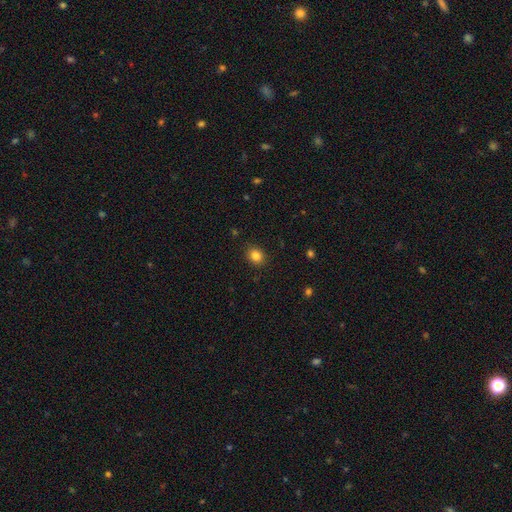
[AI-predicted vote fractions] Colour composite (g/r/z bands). It shows a smooth galaxy with no disk features (84%) that is round (61%). Merging: none (88%).